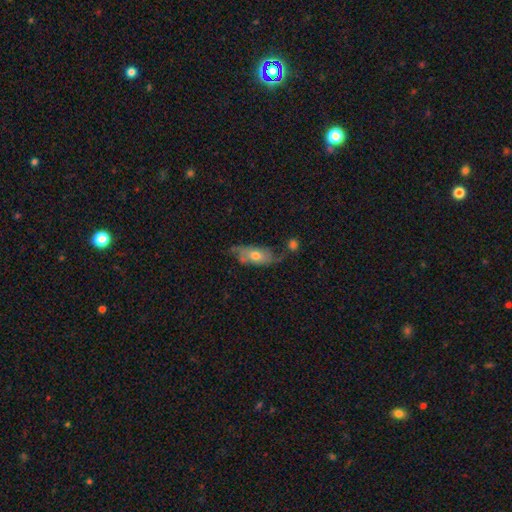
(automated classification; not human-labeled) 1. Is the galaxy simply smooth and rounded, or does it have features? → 53% smooth, 40% featured or disk, 7% star or artifact.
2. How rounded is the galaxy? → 82% in between, 14% cigar-shaped, 4% round.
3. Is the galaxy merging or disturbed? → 44% none, 30% minor disturbance, 14% major disturbance, 13% merger.